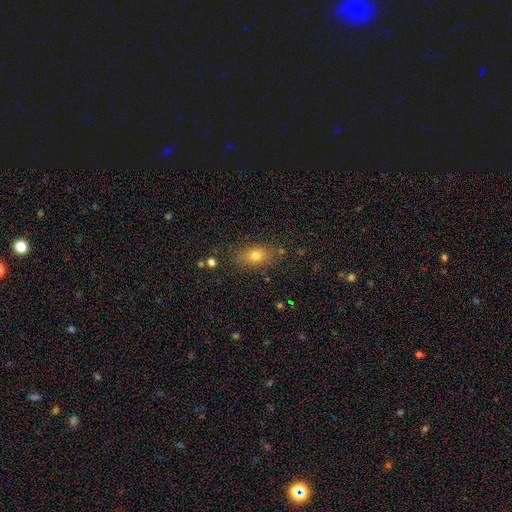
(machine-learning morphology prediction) smooth-or-featured: smooth: 76% | star or artifact: 12% | featured or disk: 12%
  how-rounded: in between: 73% | round: 24% | cigar-shaped: 3%
  merging: none: 80% | minor disturbance: 13% | major disturbance: 4% | merger: 2%